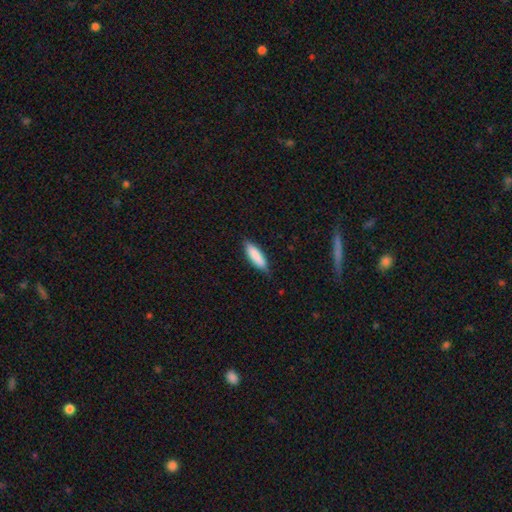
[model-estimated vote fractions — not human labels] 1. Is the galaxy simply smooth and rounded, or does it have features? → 85% smooth, 9% featured or disk, 6% star or artifact.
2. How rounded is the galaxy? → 57% cigar-shaped, 41% in between, 1% round.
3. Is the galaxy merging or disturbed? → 80% none, 17% minor disturbance, 3% major disturbance, 1% merger.